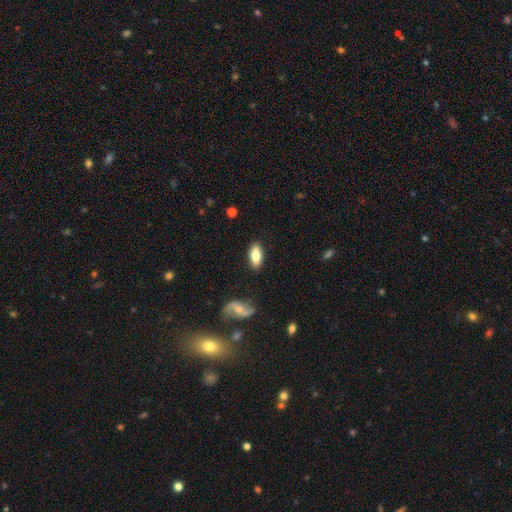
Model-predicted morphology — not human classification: Smooth or featured? Predicted: smooth (p=0.70). How rounded? Predicted: in between (p=0.80). Merging? Predicted: none (p=0.86).